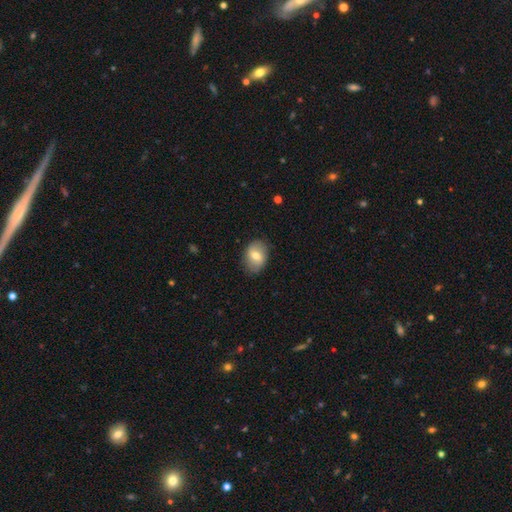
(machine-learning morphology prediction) This appears to be a smooth galaxy with no disk features (67%) that is in between round and cigar-shaped (70%). Merging: none (81%).